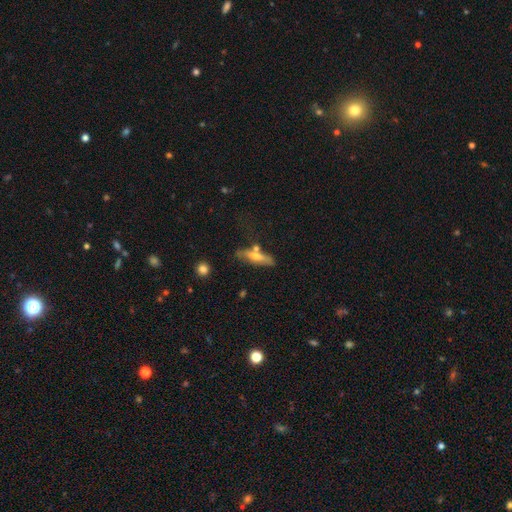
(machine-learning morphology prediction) type=smooth (49%); merging=none (62%).